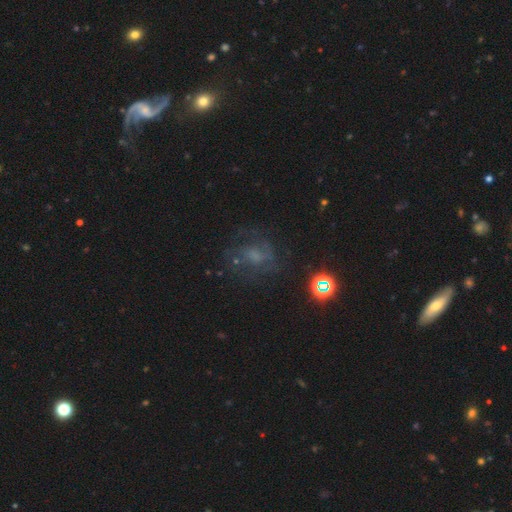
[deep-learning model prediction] A featured or disk galaxy (53%) with no bar (63%), spiral arms (74%) and no central bulge (32%, tied with small).

Vote fractions:
- Smooth or featured? featured or disk: 53% / star or artifact: 25% / smooth: 23%
- Edge-on disk? no: 97% / yes: 3%
- Bar? no: 63% / weak: 31% / strong: 6%
- Spiral arms? yes: 74% / no: 26%
- Bulge size? none: 32% (tied) / small: 32% (tied) / moderate: 28% / large: 7% / dominant: 2%
- Merging? none: 63% / minor disturbance: 18% / major disturbance: 16% / merger: 3%